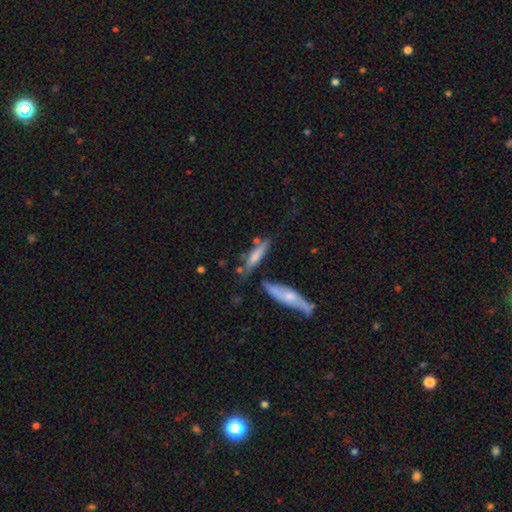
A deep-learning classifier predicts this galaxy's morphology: Smooth or featured? Predicted: smooth (p=0.67). How rounded? Predicted: cigar-shaped (p=0.73). Merging? Predicted: none (p=0.58).